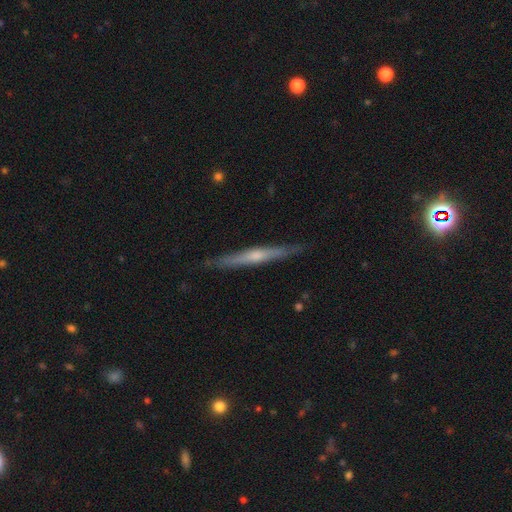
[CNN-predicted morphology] The model was most divided on "edge-on bulge": rounded: 66%, none: 27%, boxy: 7%. More confident: edge-on disk — yes (97%); merging — none (88%); smooth or featured — featured or disk (69%).